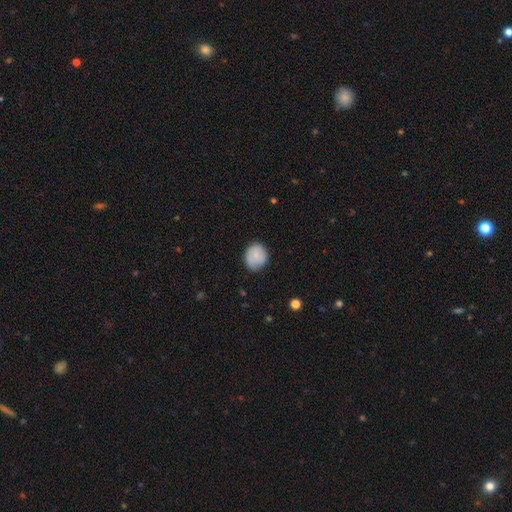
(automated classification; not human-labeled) Q: Smooth or featured?
A: smooth (85%); runner-up: featured or disk (7%)
Q: How rounded?
A: round (72%); runner-up: in between (27%)
Q: Merging?
A: none (80%); runner-up: minor disturbance (16%)